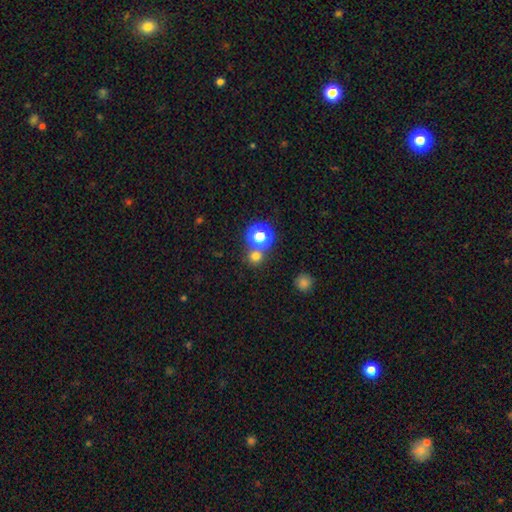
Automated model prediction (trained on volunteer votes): Q: Smooth or featured?
A: smooth (69%); runner-up: star or artifact (25%)
Q: How rounded?
A: round (91%); runner-up: in between (8%)
Q: Merging?
A: none (72%); runner-up: merger (19%)